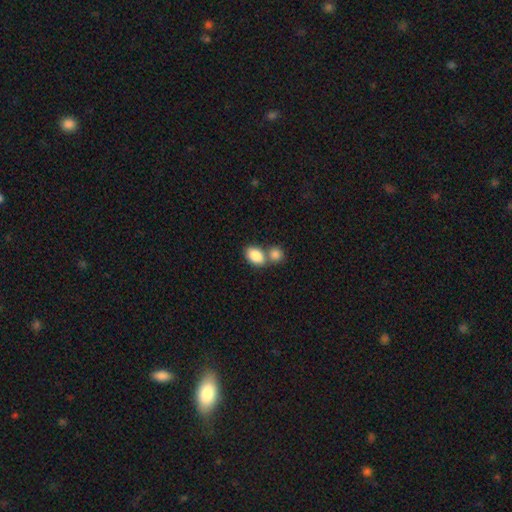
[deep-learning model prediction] Smooth or featured?
  - smooth: 86% *
  - star or artifact: 7%
  - featured or disk: 7%
How rounded?
  - in between: 80% *
  - round: 19%
  - cigar-shaped: 1%
Merging?
  - merger: 46% *
  - none: 42%
  - minor disturbance: 8%
  - major disturbance: 3%